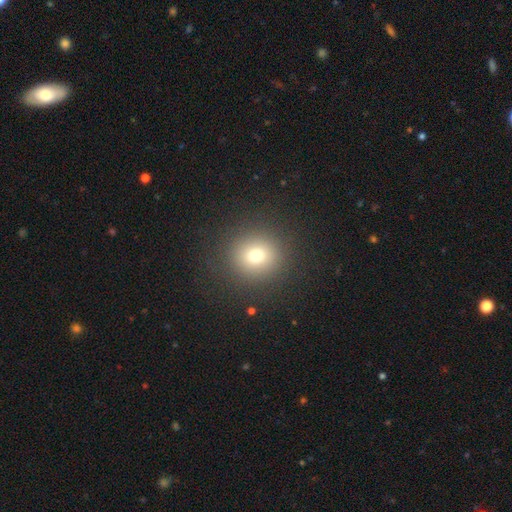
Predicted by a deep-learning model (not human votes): Smooth or featured: smooth — 74% (star or artifact — 16%)
How rounded: round — 91% (in between — 9%)
Merging: none — 89% (minor disturbance — 6%)